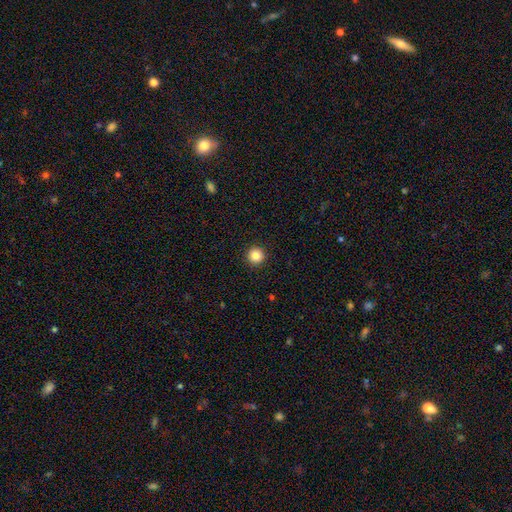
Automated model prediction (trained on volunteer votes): Q: Smooth or featured?
A: smooth (85%); runner-up: star or artifact (10%)
Q: How rounded?
A: round (96%); runner-up: in between (3%)
Q: Merging?
A: none (94%); runner-up: minor disturbance (4%)